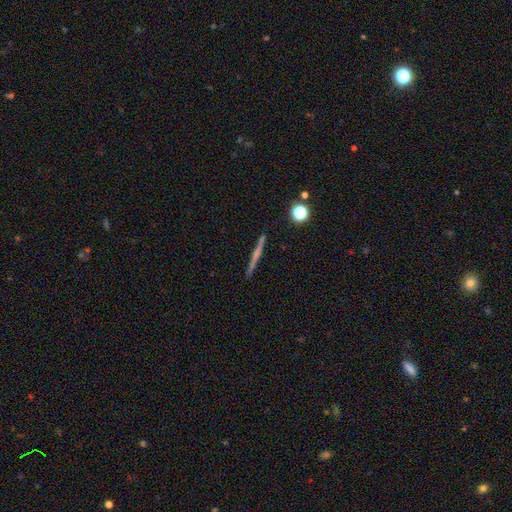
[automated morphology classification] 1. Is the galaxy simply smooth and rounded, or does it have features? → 57% featured or disk, 35% smooth, 8% star or artifact.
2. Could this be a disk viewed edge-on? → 98% yes, 2% no.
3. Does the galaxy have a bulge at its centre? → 63% none, 32% rounded, 6% boxy.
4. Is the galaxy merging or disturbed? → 92% none, 5% minor disturbance, 1% merger, 1% major disturbance.